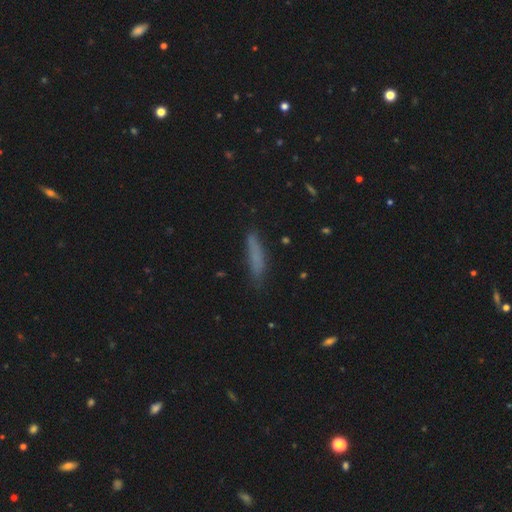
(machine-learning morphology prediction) This appears to be a smooth galaxy with no disk features (74%) that is cigar-shaped (85%). Merging: none (76%).